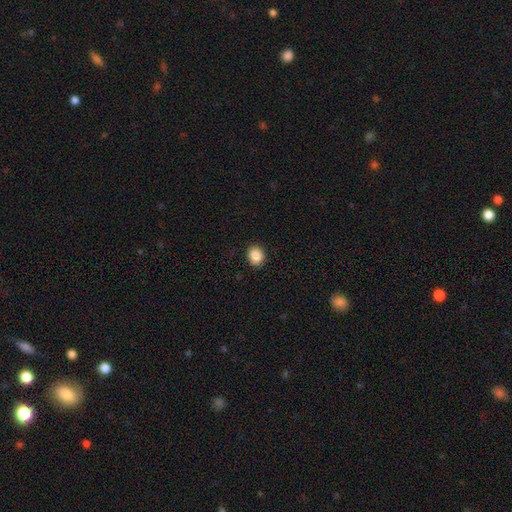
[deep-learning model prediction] smooth 88%, star or artifact 9%, featured or disk 3%. Down the decision tree: how rounded — round (66%); merging — none (90%).